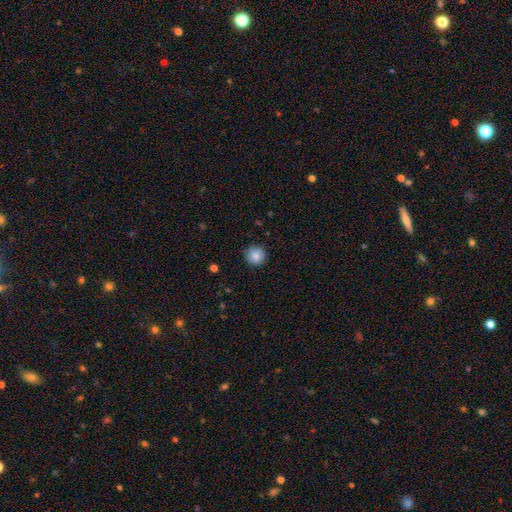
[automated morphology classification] Smooth or featured: smooth — 84% (star or artifact — 8%)
How rounded: round — 93% (in between — 6%)
Merging: none — 85% (minor disturbance — 11%)